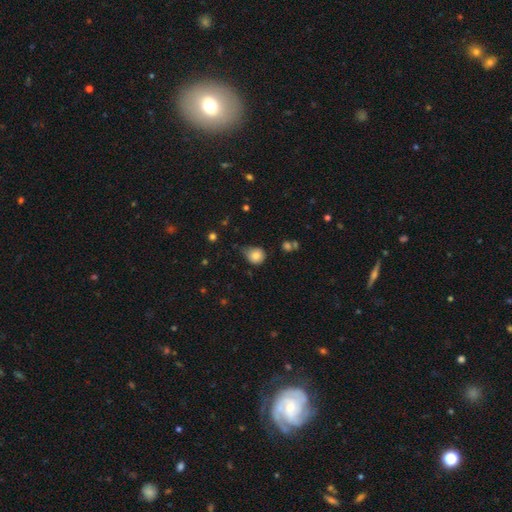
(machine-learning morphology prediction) This appears to be a smooth galaxy with no disk features (82%) that is round (76%). Merging: none (50%).